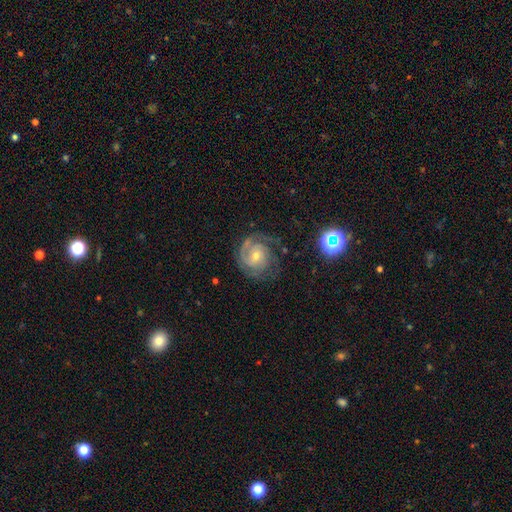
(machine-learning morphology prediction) Smooth or featured? featured or disk (86%)
Edge-on disk? no (98%)
Bar? no (63%)
Spiral arms? yes (97%)
Spiral winding? tight (63%)
Spiral arm count? 2 (40%)
Bulge size? small (56%)
Merging? none (70%)